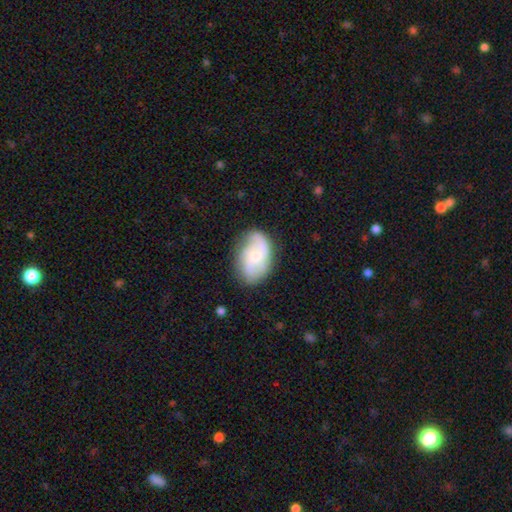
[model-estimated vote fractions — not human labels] Overall: featured or disk (65%; smooth 28%). Edge-on disk: no (97%). Bar: no (66%; weak 29%). Spiral arms: yes (92%). Spiral arm count: 2 (57%; can't tell 18%). Spiral winding: medium (45%; tight 27%). Bulge size: small (50%; moderate 39%). Merging: none (71%).